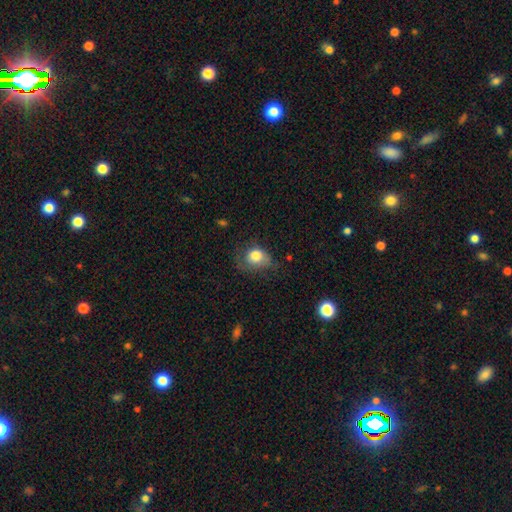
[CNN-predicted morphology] This is likely a smooth galaxy (79%). How rounded: possibly round (51%). Merging: marginally none (43%).